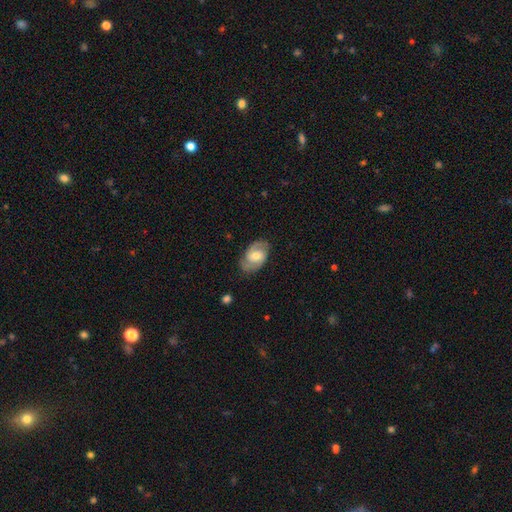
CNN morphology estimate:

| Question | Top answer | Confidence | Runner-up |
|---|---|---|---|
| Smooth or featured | featured or disk | 72% | smooth (23%) |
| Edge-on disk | no | 96% | yes (4%) |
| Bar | no | 48% | weak (42%) |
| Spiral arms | yes | 91% | no (9%) |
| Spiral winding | medium | 47% | tight (38%) |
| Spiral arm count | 2 | 85% | can't tell (8%) |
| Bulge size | moderate | 62% | small (29%) |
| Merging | none | 78% | minor disturbance (16%) |